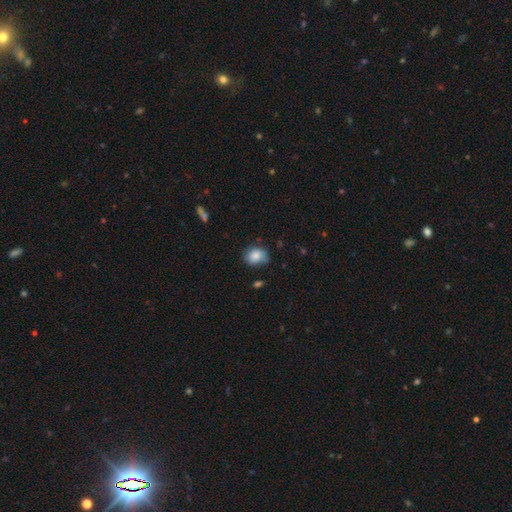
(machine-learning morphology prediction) smooth_or_featured: smooth (p=0.84) [alt: star or artifact p=0.08]
how_rounded: in between (p=0.50) [alt: round p=0.49]
merging: none (p=0.66) [alt: minor disturbance p=0.26]